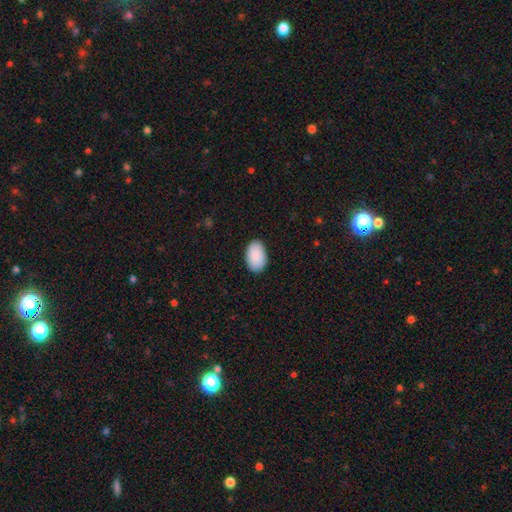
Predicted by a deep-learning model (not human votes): This appears to be a smooth galaxy with no disk features (91%) that is in between round and cigar-shaped (93%). Merging: none (88%).